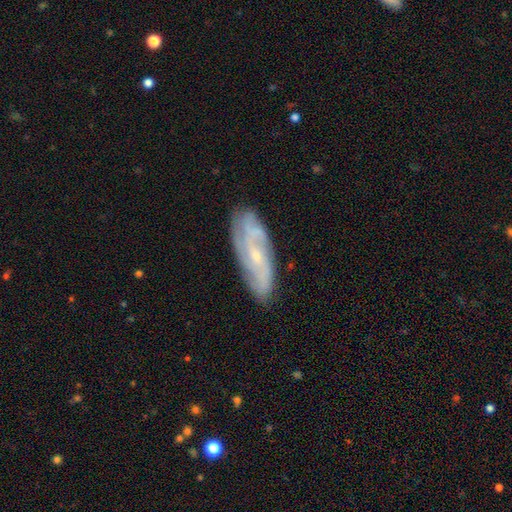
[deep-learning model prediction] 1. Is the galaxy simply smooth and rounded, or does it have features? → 79% featured or disk, 14% smooth, 7% star or artifact.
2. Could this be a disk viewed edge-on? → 86% no, 14% yes.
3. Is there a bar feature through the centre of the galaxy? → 60% no, 32% weak, 8% strong.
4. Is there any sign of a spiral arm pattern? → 95% yes, 5% no.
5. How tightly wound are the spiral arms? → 49% tight, 38% medium, 12% loose.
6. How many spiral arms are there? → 28% can't tell, 25% 2, 24% 3, 14% 4, 5% more than 4, 4% 1.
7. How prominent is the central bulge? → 72% small, 22% moderate, 3% none, 1% large, 1% dominant.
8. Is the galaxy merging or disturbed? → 81% none, 15% minor disturbance, 3% major disturbance, 1% merger.